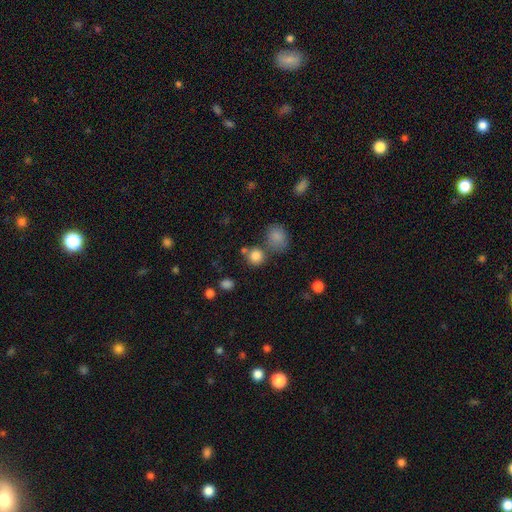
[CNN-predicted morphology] The model was most divided on "merging": none: 67%, merger: 19%, minor disturbance: 10%, major disturbance: 4%. More confident: how rounded — round (86%); smooth or featured — smooth (82%).